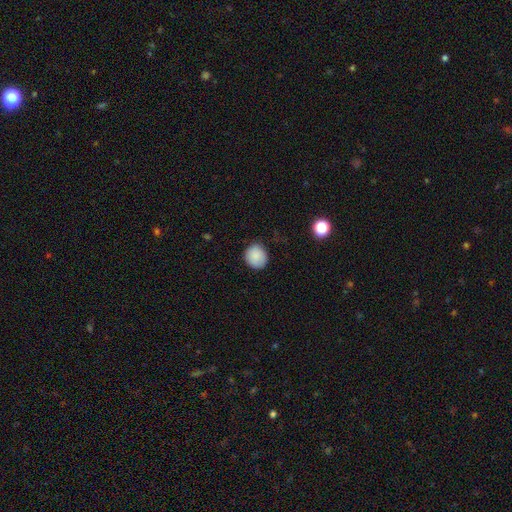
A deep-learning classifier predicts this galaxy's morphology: Smooth or featured: smooth — 88% (star or artifact — 8%)
How rounded: round — 84% (in between — 15%)
Merging: none — 82% (minor disturbance — 14%)